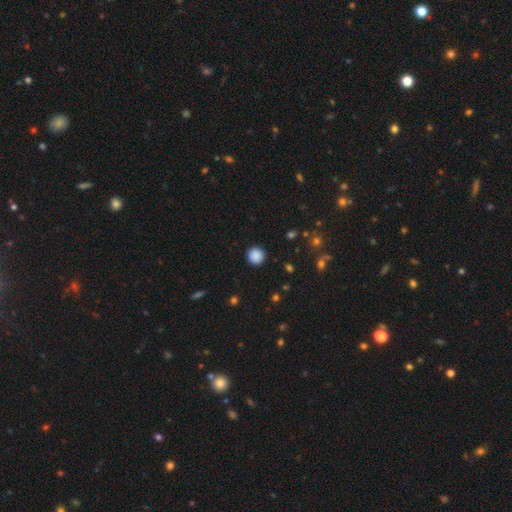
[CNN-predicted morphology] Overall: smooth (88%). How rounded: round (94%). Merging: none (91%).